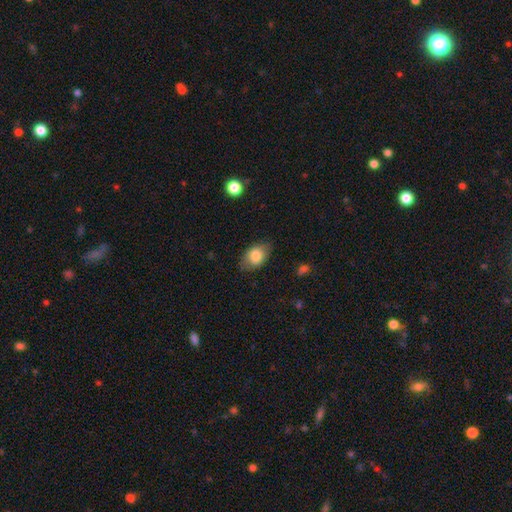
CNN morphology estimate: Q: Smooth or featured?
A: smooth (82%); runner-up: featured or disk (11%)
Q: How rounded?
A: in between (84%); runner-up: round (15%)
Q: Merging?
A: none (78%); runner-up: minor disturbance (17%)